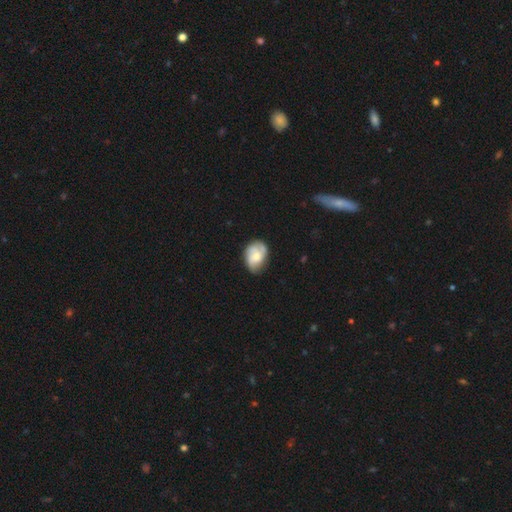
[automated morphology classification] A featured or disk galaxy (47%, tied with smooth). Merging: none (62%).